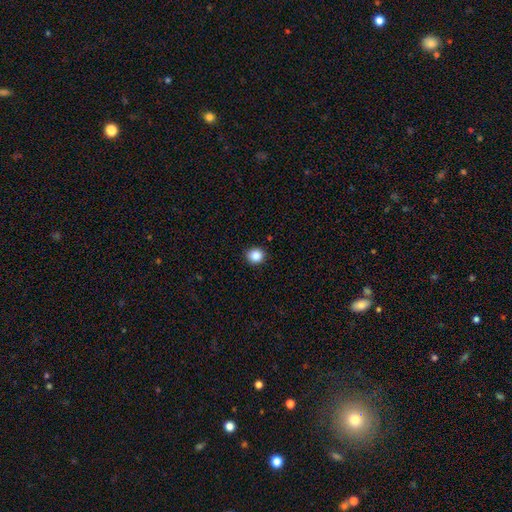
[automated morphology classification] Smooth or featured?
  - smooth: 85% *
  - star or artifact: 10%
  - featured or disk: 4%
How rounded?
  - round: 88% *
  - in between: 11%
  - cigar-shaped: 1%
Merging?
  - none: 92% *
  - minor disturbance: 6%
  - major disturbance: 2%
  - merger: 1%